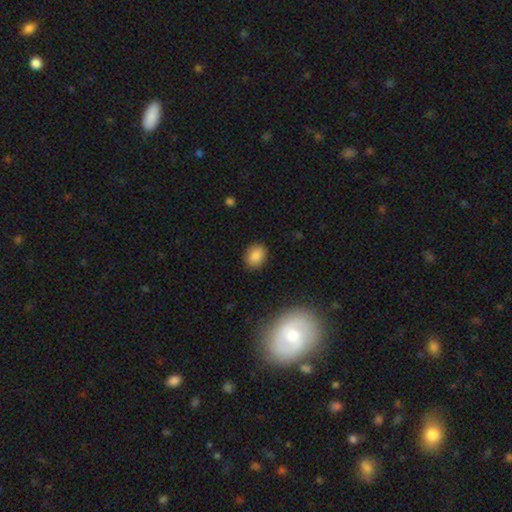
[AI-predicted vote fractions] The model was most divided on "how rounded": in between: 51%, round: 48%, cigar-shaped: 1%. More confident: merging — none (86%); smooth or featured — smooth (85%).